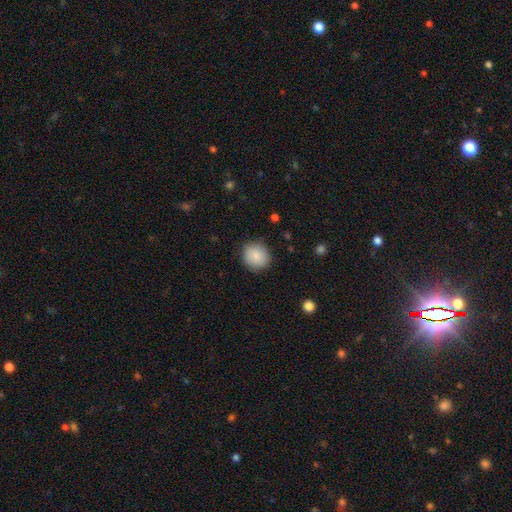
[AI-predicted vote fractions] A smooth galaxy with no disk features (88%) that is round (86%). Merging: none (88%).